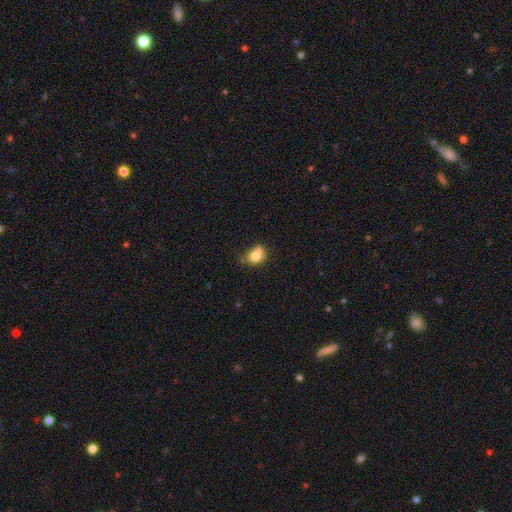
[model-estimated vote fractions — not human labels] Smooth or featured: smooth — 76% (featured or disk — 13%)
How rounded: round — 51% (in between — 48%)
Merging: none — 44% (minor disturbance — 29%)